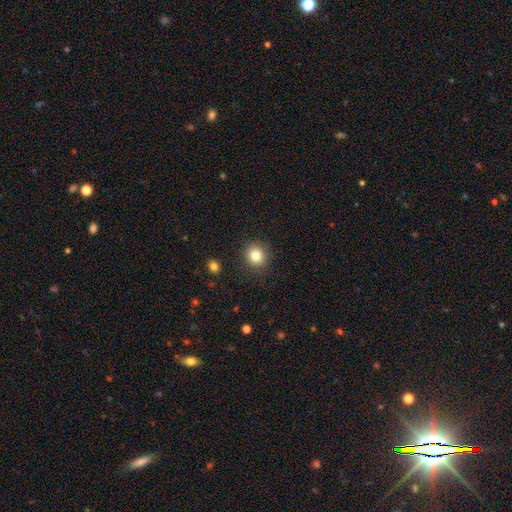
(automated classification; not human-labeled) Smooth or featured: smooth — 82% (star or artifact — 11%)
How rounded: round — 88% (in between — 11%)
Merging: none — 90% (minor disturbance — 7%)